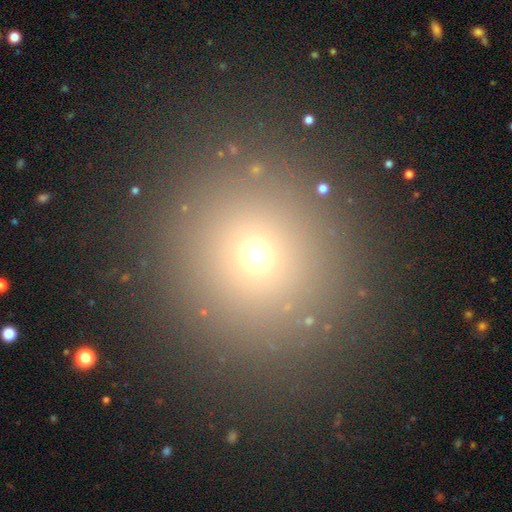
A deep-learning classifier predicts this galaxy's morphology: Overall: smooth (66%). How rounded: round (92%). Merging: none (88%).